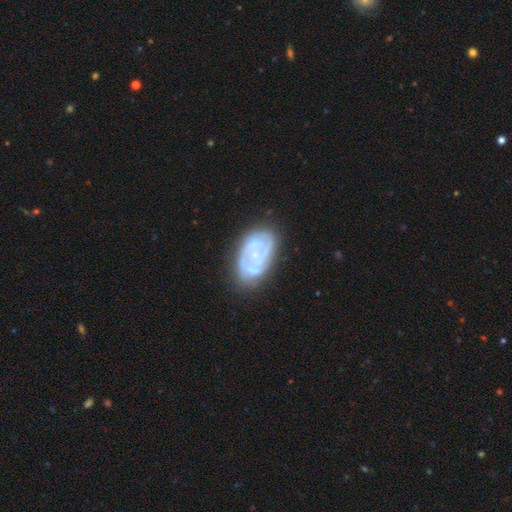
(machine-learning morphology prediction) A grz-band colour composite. It shows a featured or disk galaxy (71%) with no bar (75%), spiral arms (61%) and a small central bulge (57%). Merging: none (66%).